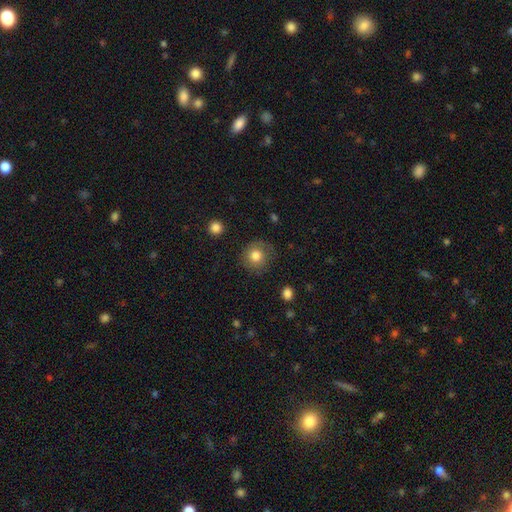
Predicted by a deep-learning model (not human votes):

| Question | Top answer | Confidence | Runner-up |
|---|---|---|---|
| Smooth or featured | smooth | 79% | featured or disk (11%) |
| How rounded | round | 91% | in between (8%) |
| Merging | none | 79% | minor disturbance (14%) |